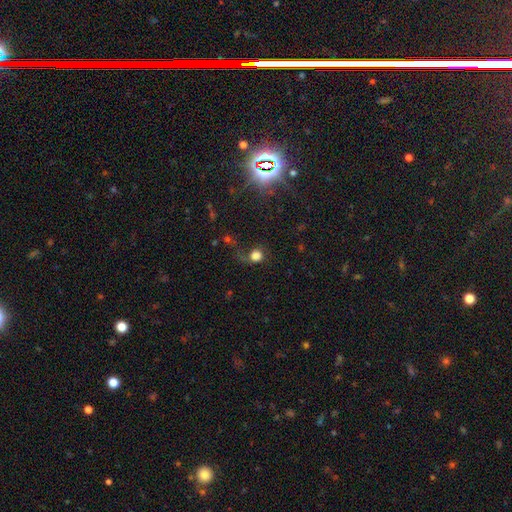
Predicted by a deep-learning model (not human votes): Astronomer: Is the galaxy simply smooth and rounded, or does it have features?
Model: smooth — 72%.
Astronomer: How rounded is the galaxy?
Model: round — 80%.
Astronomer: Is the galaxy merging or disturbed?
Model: none — 43% (runner-up: major disturbance, 30%).